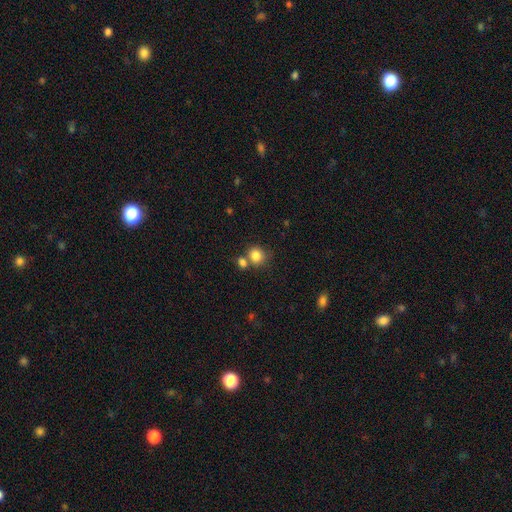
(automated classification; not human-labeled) A smooth galaxy with no disk features (83%) that is round (72%).

Vote fractions:
- Smooth or featured? smooth: 83% / star or artifact: 10% / featured or disk: 7%
- How rounded? round: 72% / in between: 27% / cigar-shaped: 1%
- Merging? none: 53% / merger: 32% / minor disturbance: 11% / major disturbance: 4%